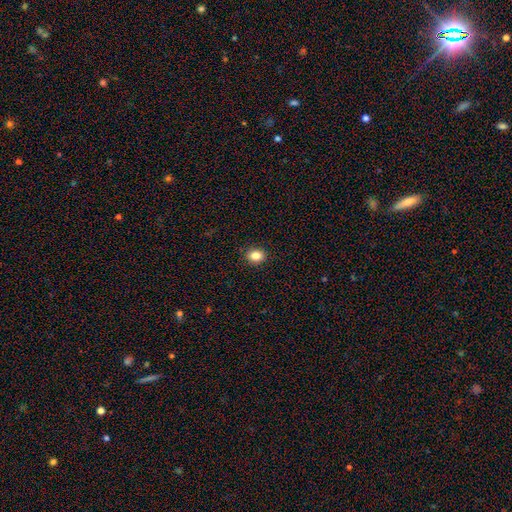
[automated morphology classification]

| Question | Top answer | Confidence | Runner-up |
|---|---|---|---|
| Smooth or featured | smooth | 84% | star or artifact (10%) |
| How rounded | round | 54% | in between (45%) |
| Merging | none | 90% | minor disturbance (7%) |